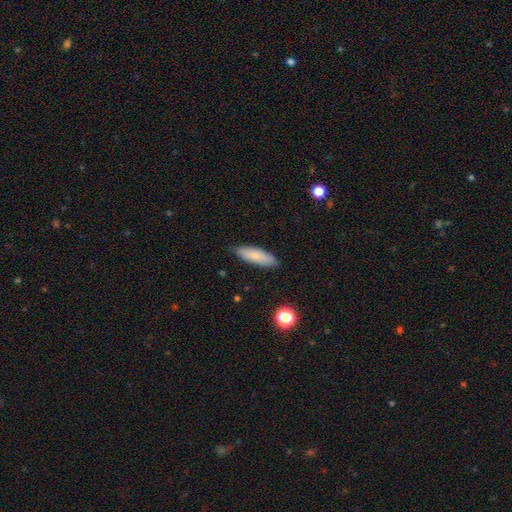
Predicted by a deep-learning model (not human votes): This is likely a smooth galaxy (79%). How rounded: possibly cigar-shaped (52%). Merging: clearly none (85%).